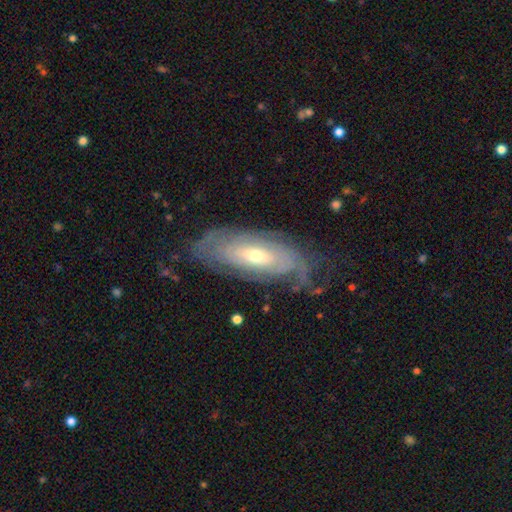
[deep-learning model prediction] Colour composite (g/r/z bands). It shows a featured or disk galaxy (76%) with no bar (61%), tight (70%) spiral arms (83%) and a moderate central bulge (51%). Merging: none (65%).